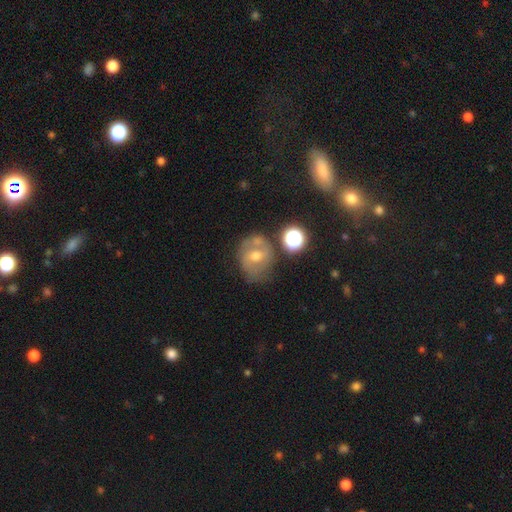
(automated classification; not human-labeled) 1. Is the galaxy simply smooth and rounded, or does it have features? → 53% featured or disk, 31% smooth, 16% star or artifact.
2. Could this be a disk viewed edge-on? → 95% no, 5% yes.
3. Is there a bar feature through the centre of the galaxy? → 45% weak, 34% no, 20% strong.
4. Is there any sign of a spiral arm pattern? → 66% yes, 34% no.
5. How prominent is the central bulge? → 62% moderate, 31% small, 3% large, 2% none, 1% dominant.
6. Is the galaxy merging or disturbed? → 60% none, 20% minor disturbance, 11% merger, 8% major disturbance.